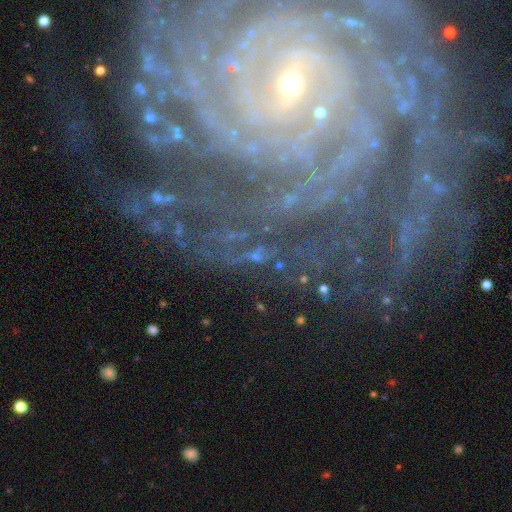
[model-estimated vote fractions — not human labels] Smooth or featured: star or artifact — 49% (featured or disk — 37%)